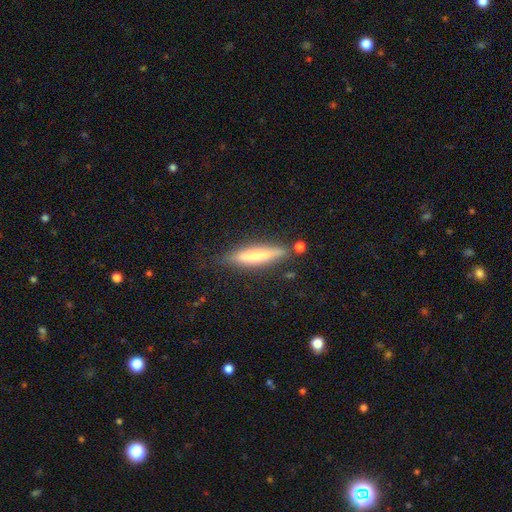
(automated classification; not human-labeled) The model was most divided on "smooth or featured": smooth: 55%, featured or disk: 38%, star or artifact: 7%. More confident: how rounded — cigar-shaped (82%); merging — none (77%).